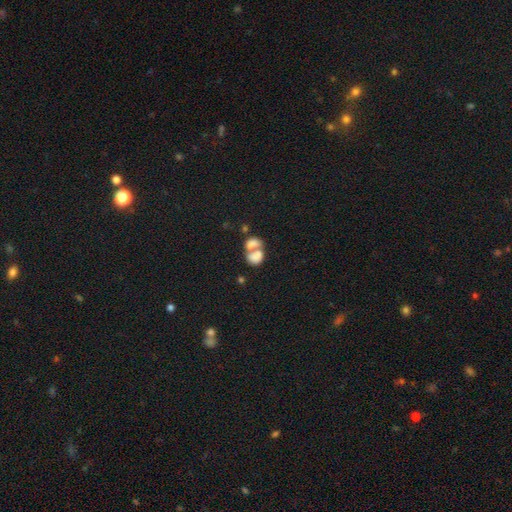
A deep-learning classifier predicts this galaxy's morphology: Q: Smooth or featured?
A: smooth (74%); runner-up: featured or disk (17%)
Q: How rounded?
A: in between (74%); runner-up: round (24%)
Q: Merging?
A: merger (70%); runner-up: none (17%)